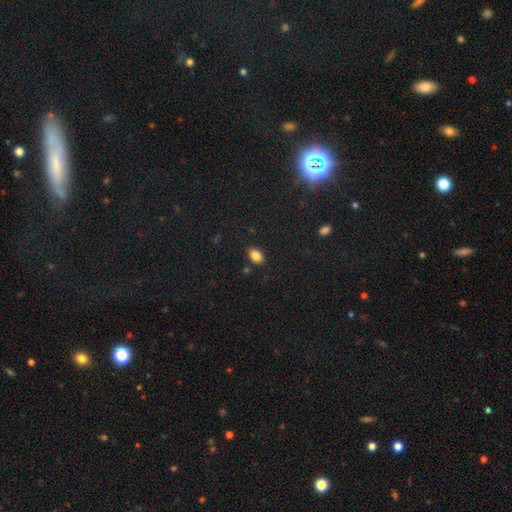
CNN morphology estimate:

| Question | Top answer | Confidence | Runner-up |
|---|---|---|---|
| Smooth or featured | smooth | 85% | star or artifact (10%) |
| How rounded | in between | 84% | round (15%) |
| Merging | none | 86% | minor disturbance (10%) |